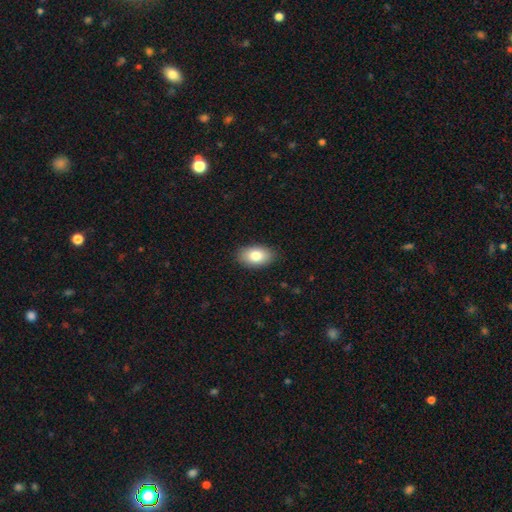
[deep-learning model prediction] Smooth or featured?
  - smooth: 83% *
  - featured or disk: 10%
  - star or artifact: 7%
How rounded?
  - in between: 93% *
  - round: 6%
  - cigar-shaped: 1%
Merging?
  - none: 88% *
  - minor disturbance: 9%
  - major disturbance: 2%
  - merger: 1%